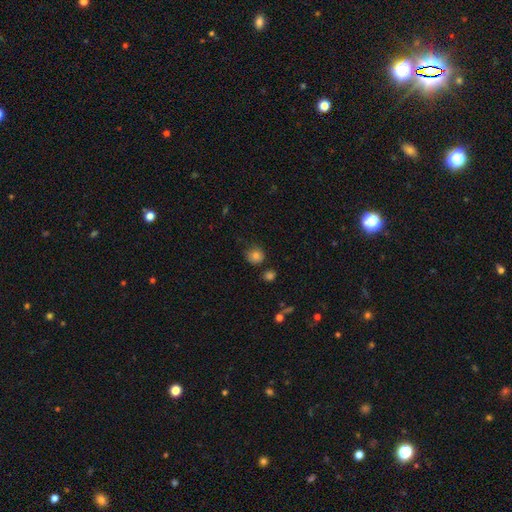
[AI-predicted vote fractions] A smooth galaxy with no disk features (83%) that is round (90%).

Vote fractions:
- Smooth or featured? smooth: 83% / star or artifact: 11% / featured or disk: 6%
- How rounded? round: 90% / in between: 9% / cigar-shaped: 1%
- Merging? none: 76% / minor disturbance: 16% / merger: 5% / major disturbance: 4%